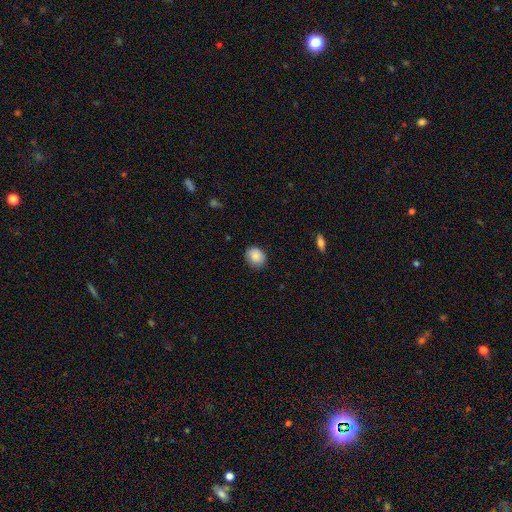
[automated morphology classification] This appears to be a smooth galaxy with no disk features (87%) that is round (71%). Merging: none (82%).